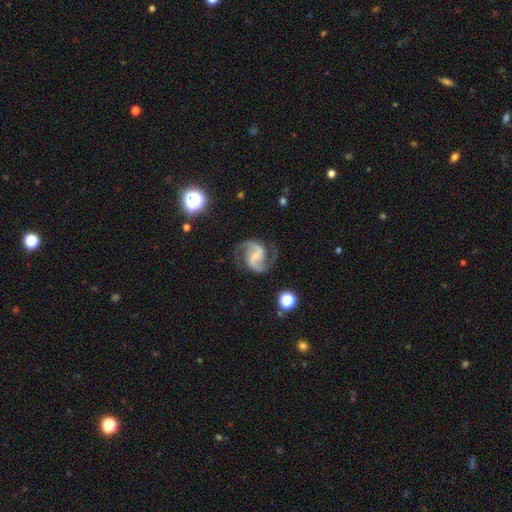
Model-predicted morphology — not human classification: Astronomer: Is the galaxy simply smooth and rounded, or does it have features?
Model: featured or disk — 92%.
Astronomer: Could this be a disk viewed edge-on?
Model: no — 98%.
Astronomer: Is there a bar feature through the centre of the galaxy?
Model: weak — 46% (runner-up: strong, 32%).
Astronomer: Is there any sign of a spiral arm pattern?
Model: yes — 98%.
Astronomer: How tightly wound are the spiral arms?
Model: medium — 59%.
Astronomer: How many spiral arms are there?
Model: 2 — 94%.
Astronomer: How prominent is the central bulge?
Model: small — 55%.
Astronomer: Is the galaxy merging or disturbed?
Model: none — 79%.